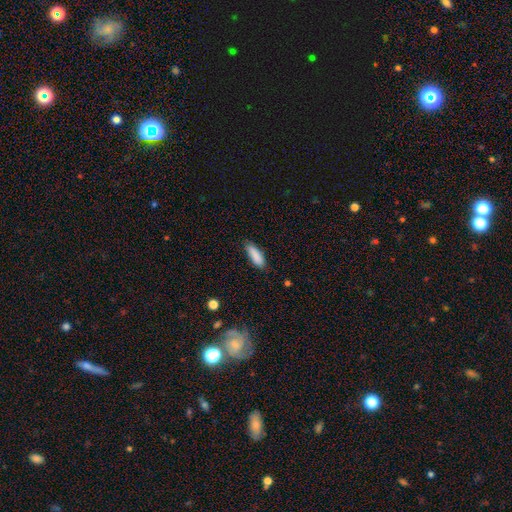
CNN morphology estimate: A smooth galaxy with no disk features (88%) that is in between round and cigar-shaped (56%).

Vote fractions:
- Smooth or featured? smooth: 88% / star or artifact: 7% / featured or disk: 6%
- How rounded? in between: 56% / cigar-shaped: 42% / round: 2%
- Merging? none: 80% / minor disturbance: 16% / major disturbance: 3% / merger: 1%